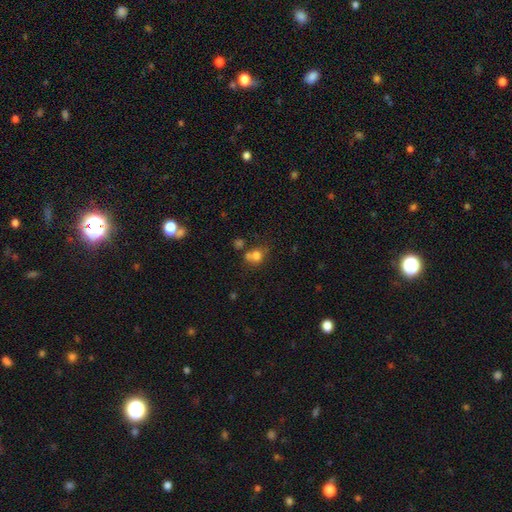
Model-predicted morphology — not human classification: Q: Smooth or featured?
A: smooth (74%); runner-up: star or artifact (14%)
Q: How rounded?
A: round (72%); runner-up: in between (27%)
Q: Merging?
A: none (44%); runner-up: merger (36%)